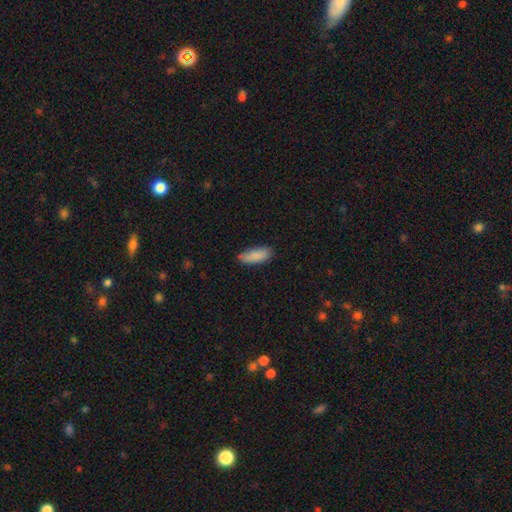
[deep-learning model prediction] Smooth or featured? Predicted: smooth (p=0.88). How rounded? Predicted: in between (p=0.75). Merging? Predicted: none (p=0.78).